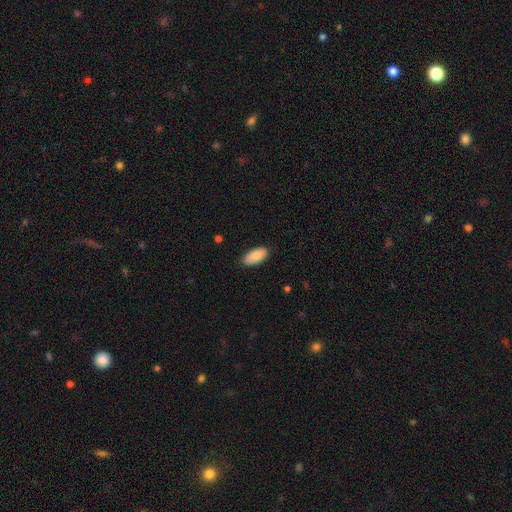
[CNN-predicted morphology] Overall: smooth (86%). How rounded: in between (91%). Merging: none (85%).